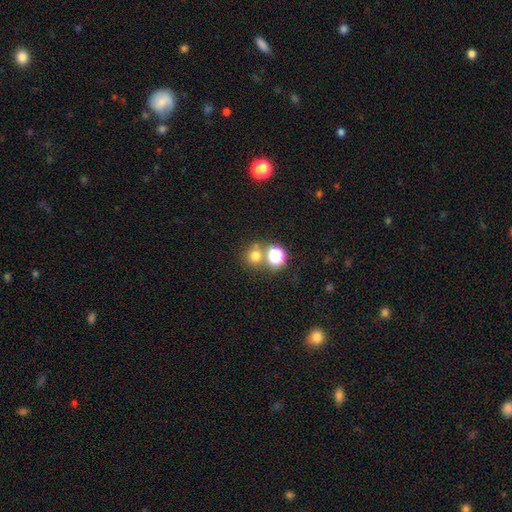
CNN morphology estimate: A smooth galaxy with no disk features (69%) that is round (86%).

Vote fractions:
- Smooth or featured? smooth: 69% / star or artifact: 22% / featured or disk: 8%
- How rounded? round: 86% / in between: 13% / cigar-shaped: 1%
- Merging? none: 61% / merger: 28% / minor disturbance: 8% / major disturbance: 4%